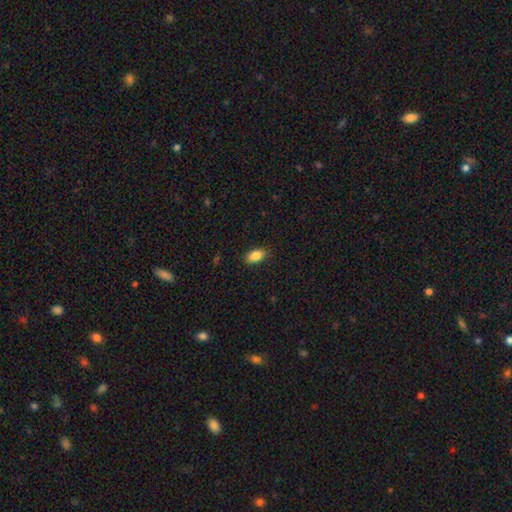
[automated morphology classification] This appears to be a smooth galaxy with no disk features (85%) that is in between round and cigar-shaped (91%). Merging: none (87%).